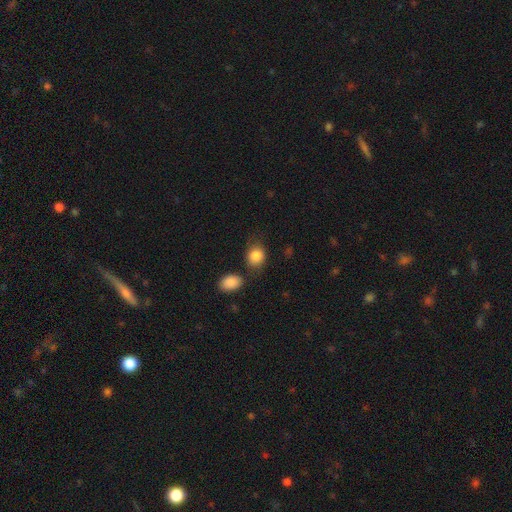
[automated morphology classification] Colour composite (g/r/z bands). It shows a smooth galaxy with no disk features (86%) that is round (51%). Merging: none (63%).